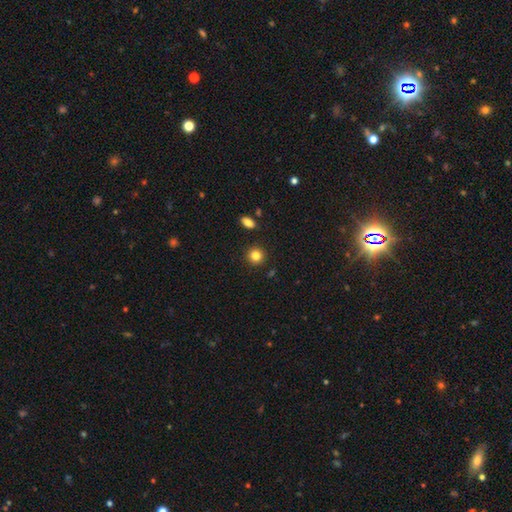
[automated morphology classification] type=smooth (84%); roundness=round (91%); merging=none (91%).